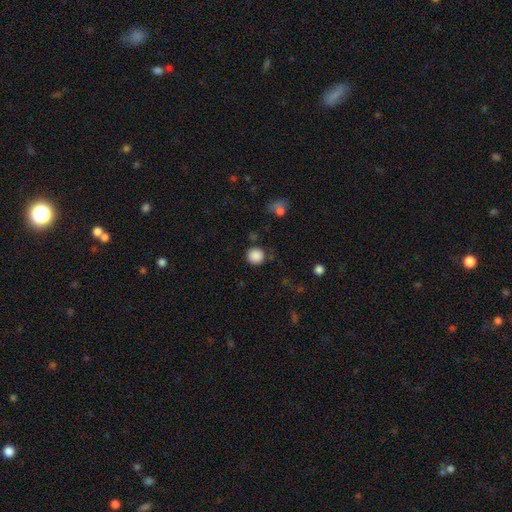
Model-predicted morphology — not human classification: smooth 87%, star or artifact 10%, featured or disk 3%. Down the decision tree: how rounded — round (93%); merging — none (85%).